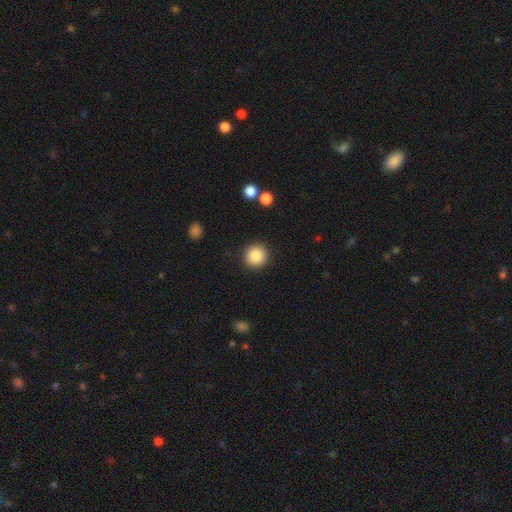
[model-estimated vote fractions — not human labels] Morphology: type=smooth (87%); roundness=round (94%); merging=none (91%).